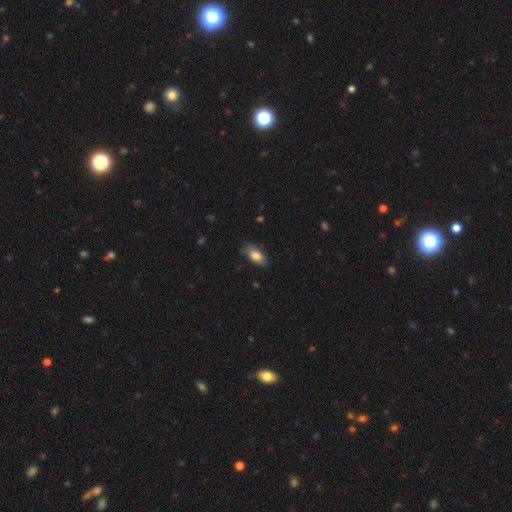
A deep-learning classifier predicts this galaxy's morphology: Overall: smooth (82%). How rounded: in between (87%). Merging: none (79%).